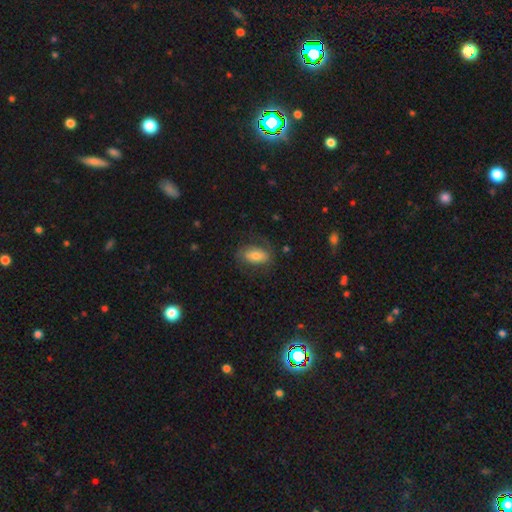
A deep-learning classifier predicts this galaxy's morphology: Smooth or featured? Predicted: smooth (p=0.64). How rounded? Predicted: in between (p=0.88). Merging? Predicted: none (p=0.66).